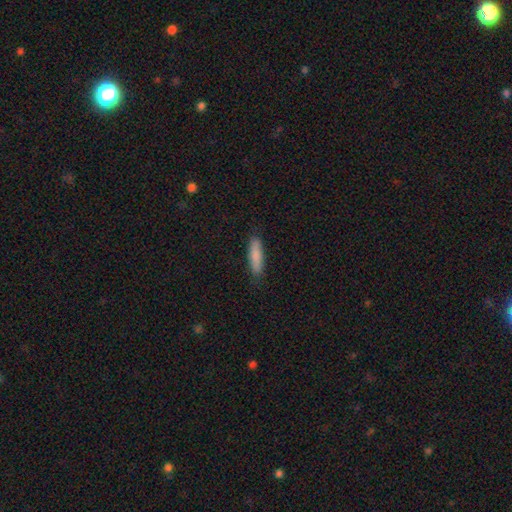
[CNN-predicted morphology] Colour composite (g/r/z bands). It shows a smooth galaxy with no disk features (85%) that is cigar-shaped (74%). Merging: none (86%).